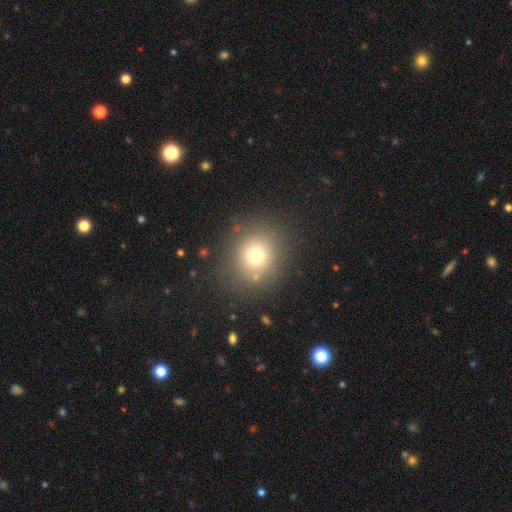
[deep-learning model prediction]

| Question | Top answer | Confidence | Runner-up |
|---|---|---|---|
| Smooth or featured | smooth | 72% | star or artifact (17%) |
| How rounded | round | 83% | in between (16%) |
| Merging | none | 82% | minor disturbance (9%) |